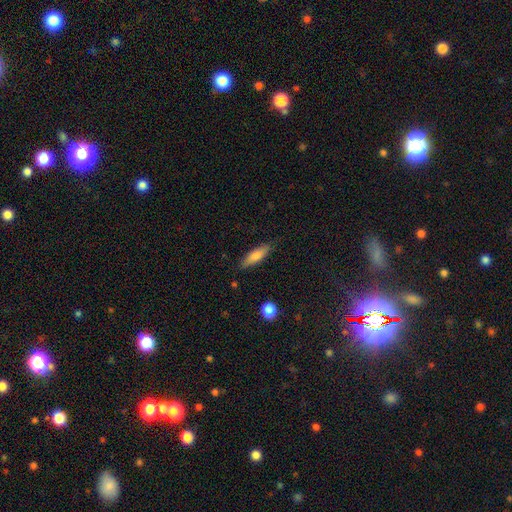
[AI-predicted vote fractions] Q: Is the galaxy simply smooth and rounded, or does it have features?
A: smooth — 75%.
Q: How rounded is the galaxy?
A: cigar-shaped — 60%.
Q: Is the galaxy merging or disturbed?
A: none — 84%.